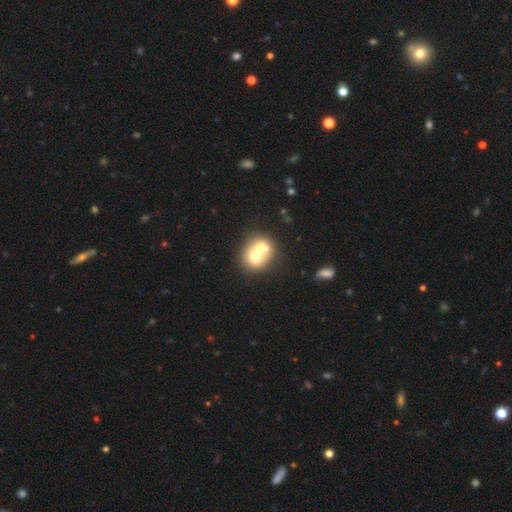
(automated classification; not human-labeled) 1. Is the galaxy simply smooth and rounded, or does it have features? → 64% smooth, 27% featured or disk, 9% star or artifact.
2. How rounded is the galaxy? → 71% round, 28% in between, 1% cigar-shaped.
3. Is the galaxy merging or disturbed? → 70% merger, 23% none, 5% minor disturbance, 2% major disturbance.